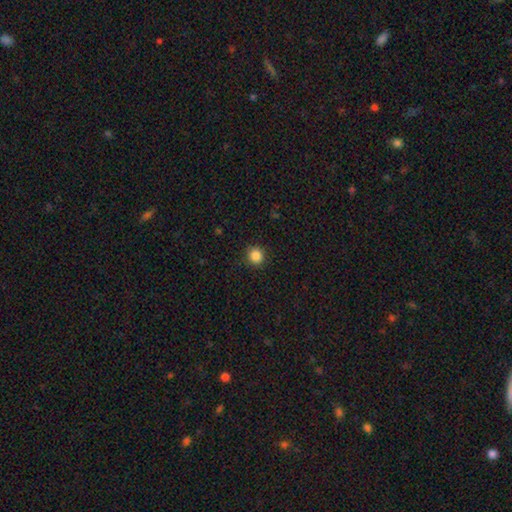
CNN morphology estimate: A smooth galaxy with no disk features (86%) that is round (92%). Merging: none (91%).